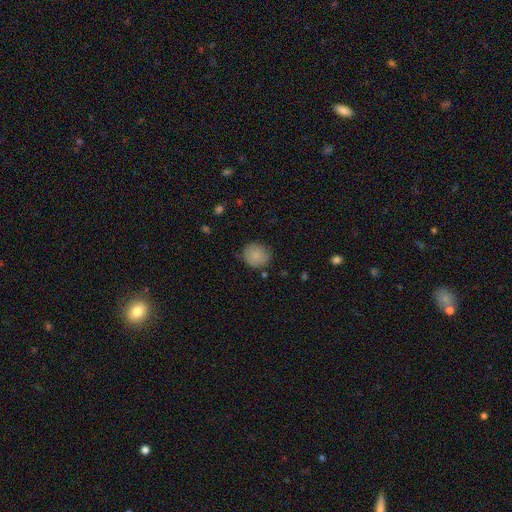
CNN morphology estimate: Smooth or featured?
  - smooth: 82% *
  - featured or disk: 10%
  - star or artifact: 7%
How rounded?
  - round: 87% *
  - in between: 12%
  - cigar-shaped: 1%
Merging?
  - none: 77% *
  - minor disturbance: 18%
  - major disturbance: 3%
  - merger: 2%